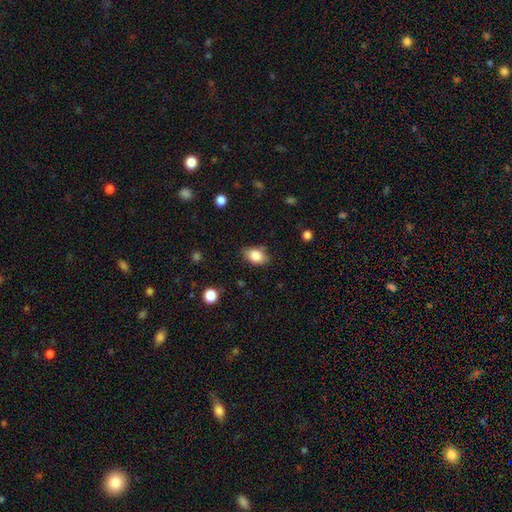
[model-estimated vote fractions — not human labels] smooth-or-featured: smooth: 85% | star or artifact: 8% | featured or disk: 7%
  how-rounded: in between: 87% | round: 11% | cigar-shaped: 2%
  merging: none: 79% | minor disturbance: 16% | major disturbance: 3% | merger: 2%